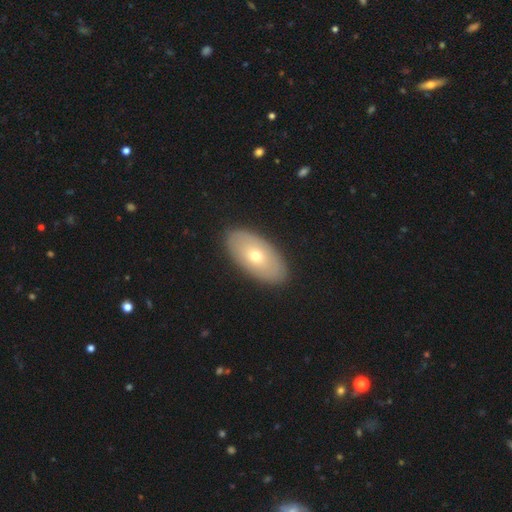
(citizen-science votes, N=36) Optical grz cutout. It shows a smooth galaxy with no disk features (56%) that is in between round and cigar-shaped (90%). Merging: none (91%).